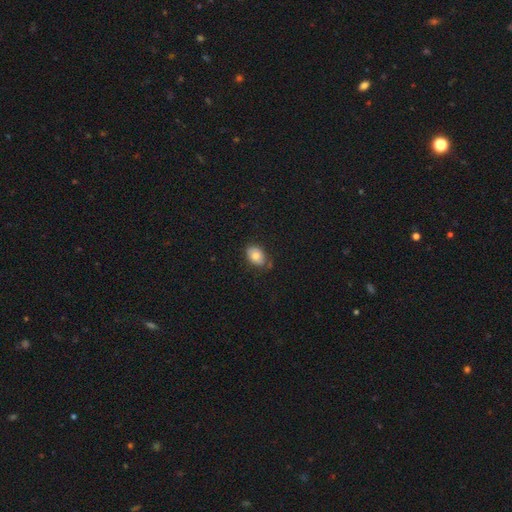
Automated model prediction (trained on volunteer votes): Morphology: type=smooth (77%); roundness=in between (79%); merging=none (75%).